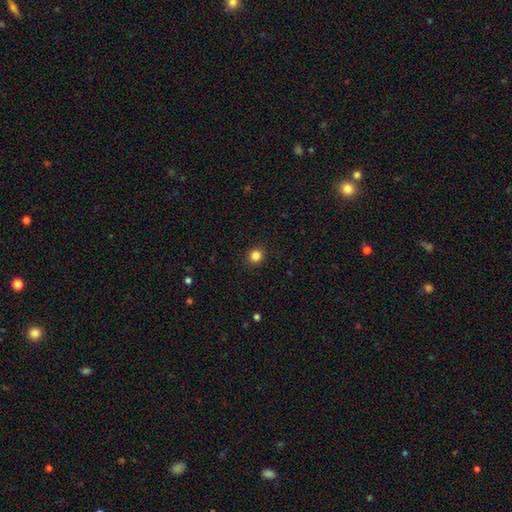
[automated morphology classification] A smooth galaxy with no disk features (84%) that is round (89%).

Vote fractions:
- Smooth or featured? smooth: 84% / star or artifact: 12% / featured or disk: 4%
- How rounded? round: 89% / in between: 10% / cigar-shaped: 1%
- Merging? none: 92% / minor disturbance: 5% / major disturbance: 2% / merger: 1%